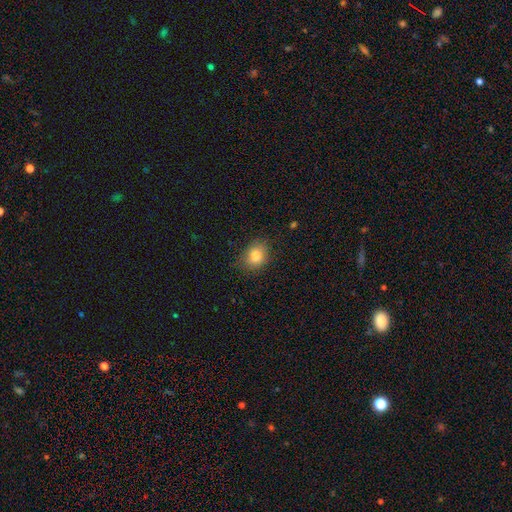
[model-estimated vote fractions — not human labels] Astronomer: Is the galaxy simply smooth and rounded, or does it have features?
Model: smooth — 83%.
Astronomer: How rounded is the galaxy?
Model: round — 51% (runner-up: in between, 48%).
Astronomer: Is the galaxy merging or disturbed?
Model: none — 77%.